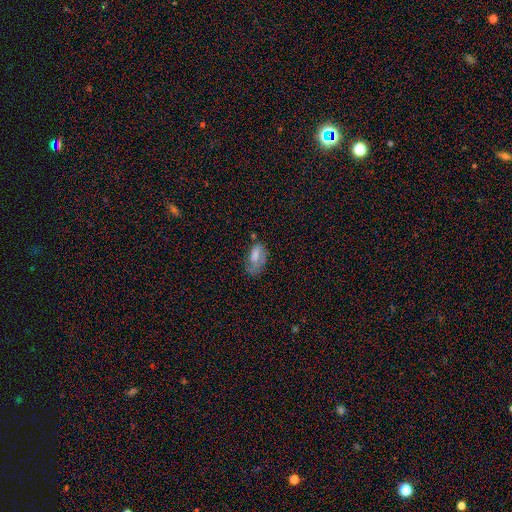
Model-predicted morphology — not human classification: A smooth galaxy with no disk features (63%) that is in between round and cigar-shaped (90%). Merging: none (39%).